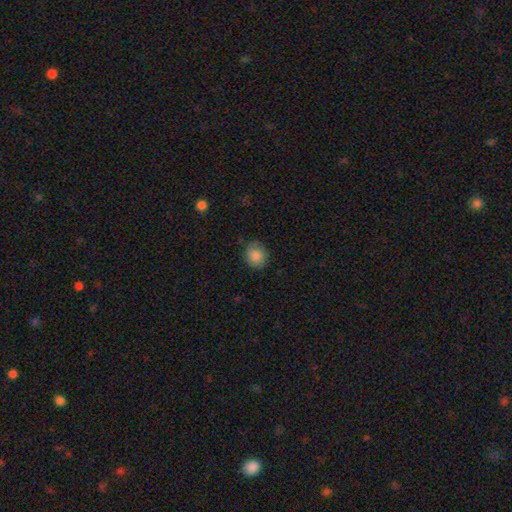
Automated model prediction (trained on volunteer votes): smooth_or_featured: smooth (p=0.87) [alt: star or artifact p=0.08]
how_rounded: round (p=0.78) [alt: in between p=0.21]
merging: none (p=0.78) [alt: minor disturbance p=0.17]